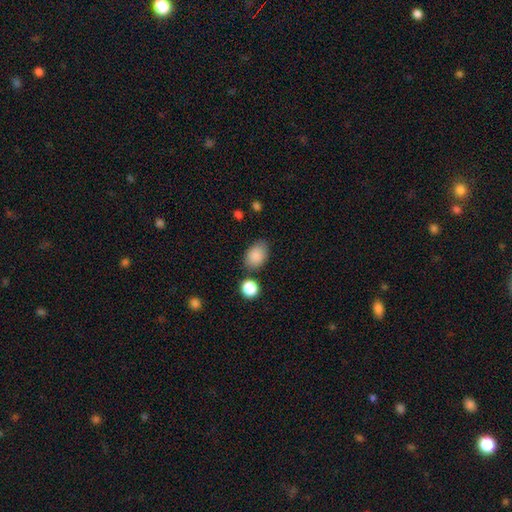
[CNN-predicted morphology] This is clearly a smooth galaxy (87%). How rounded: clearly in between (83%). Merging: likely none (72%).